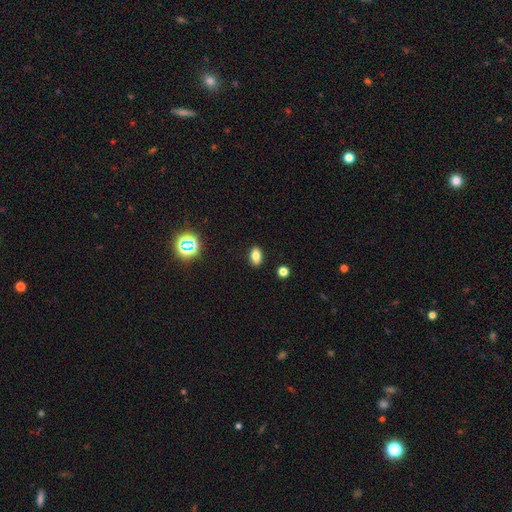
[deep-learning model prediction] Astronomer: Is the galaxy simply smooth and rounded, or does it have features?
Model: smooth — 75%.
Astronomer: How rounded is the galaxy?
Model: in between — 86%.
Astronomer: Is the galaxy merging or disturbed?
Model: none — 89%.